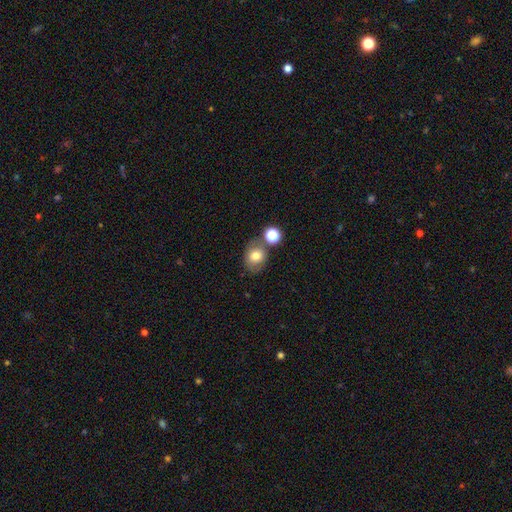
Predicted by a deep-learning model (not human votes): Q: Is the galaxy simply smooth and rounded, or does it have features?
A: smooth — 73%.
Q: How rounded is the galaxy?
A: round — 58%.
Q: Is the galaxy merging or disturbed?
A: none — 62%.